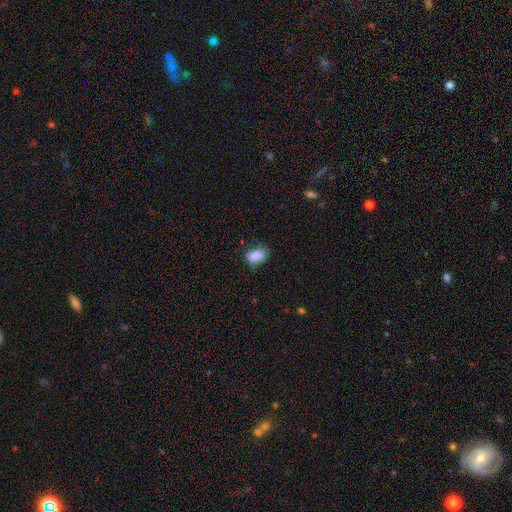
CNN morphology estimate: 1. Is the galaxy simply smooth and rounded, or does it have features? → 82% smooth, 9% featured or disk, 9% star or artifact.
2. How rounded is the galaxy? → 84% in between, 14% round, 2% cigar-shaped.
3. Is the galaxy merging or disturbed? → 55% none, 31% minor disturbance, 11% major disturbance, 3% merger.